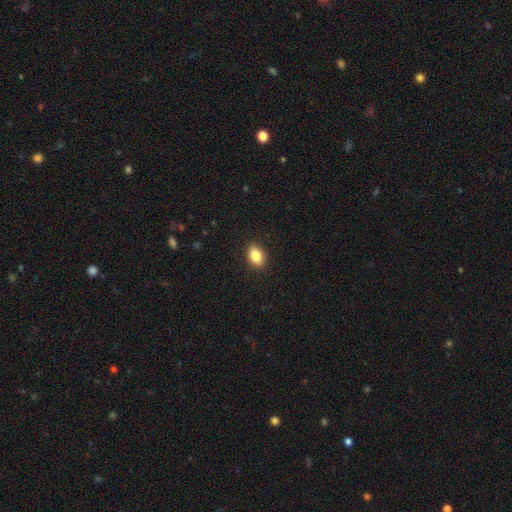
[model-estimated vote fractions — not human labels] smooth-or-featured: smooth: 84% | star or artifact: 8% | featured or disk: 8%
  how-rounded: in between: 83% | round: 15% | cigar-shaped: 2%
  merging: none: 90% | minor disturbance: 8% | major disturbance: 2% | merger: 1%